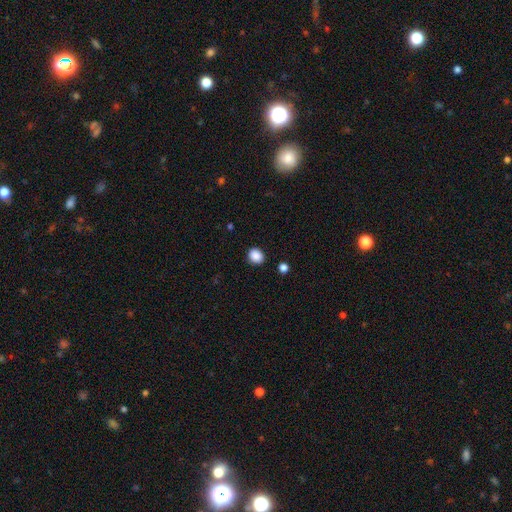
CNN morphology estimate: smooth_or_featured: smooth (p=0.88) [alt: star or artifact p=0.09]
how_rounded: round (p=0.73) [alt: in between p=0.26]
merging: none (p=0.89) [alt: minor disturbance p=0.07]